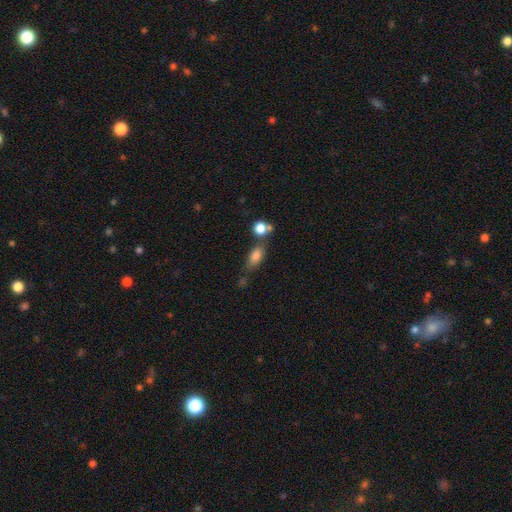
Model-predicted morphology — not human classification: smooth_or_featured: smooth (p=0.80) [alt: star or artifact p=0.10]
how_rounded: in between (p=0.78) [alt: round p=0.12]
merging: none (p=0.55) [alt: merger p=0.20]